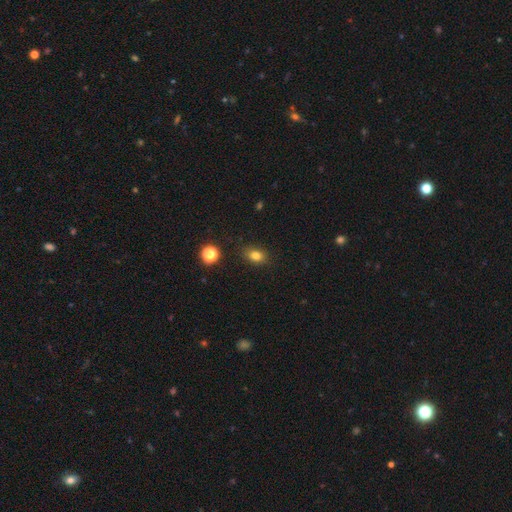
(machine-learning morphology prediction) This is clearly a smooth galaxy (81%). How rounded: likely in between (70%). Merging: clearly none (84%).